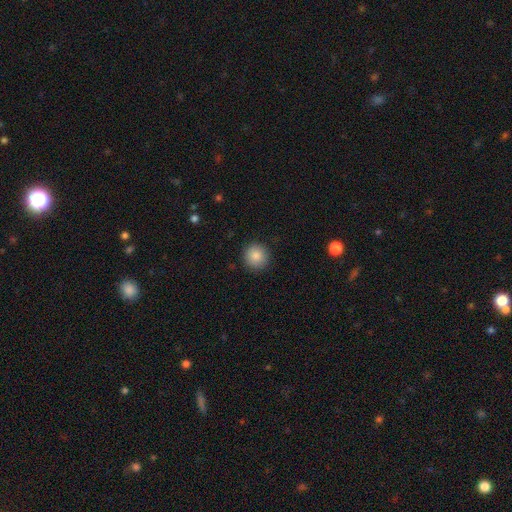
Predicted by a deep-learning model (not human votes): The model was most divided on "smooth or featured": smooth: 86%, star or artifact: 9%, featured or disk: 5%. More confident: how rounded — round (94%); merging — none (91%).